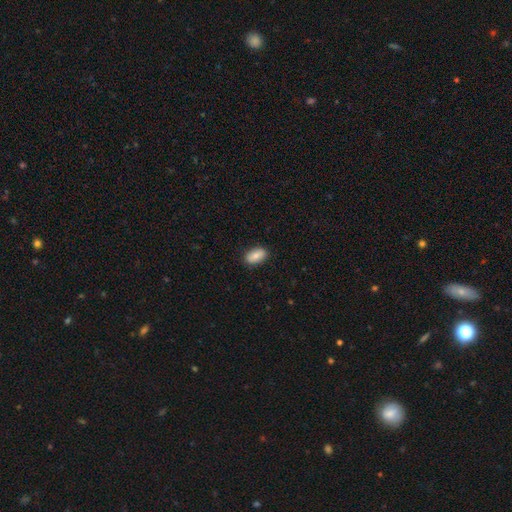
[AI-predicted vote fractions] Smooth or featured? Predicted: smooth (p=0.80). How rounded? Predicted: in between (p=0.92). Merging? Predicted: none (p=0.87).